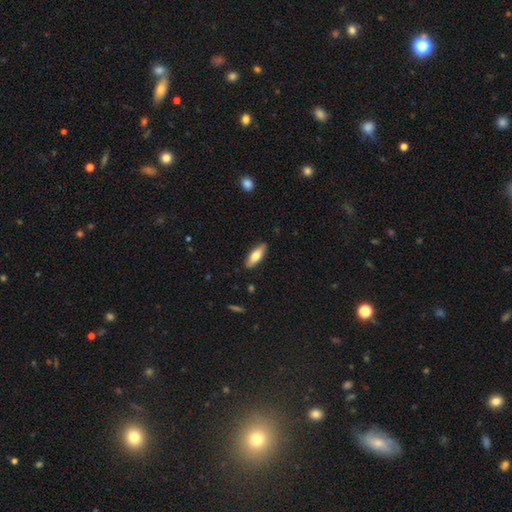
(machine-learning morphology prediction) This is likely a smooth galaxy (71%). How rounded: likely in between (65%). Merging: clearly none (88%).